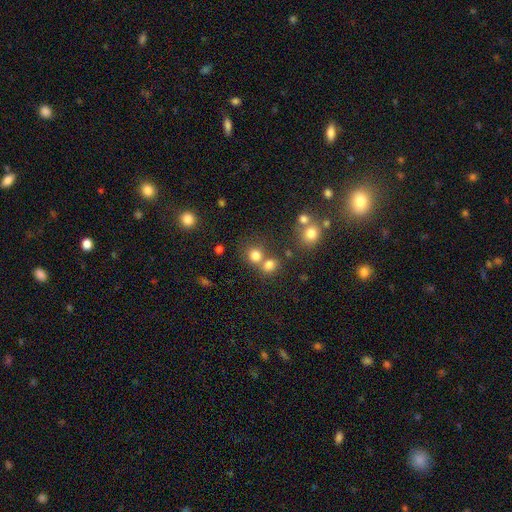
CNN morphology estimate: Overall: smooth (76%). How rounded: round (80%). Merging: none (52%; merger 36%).